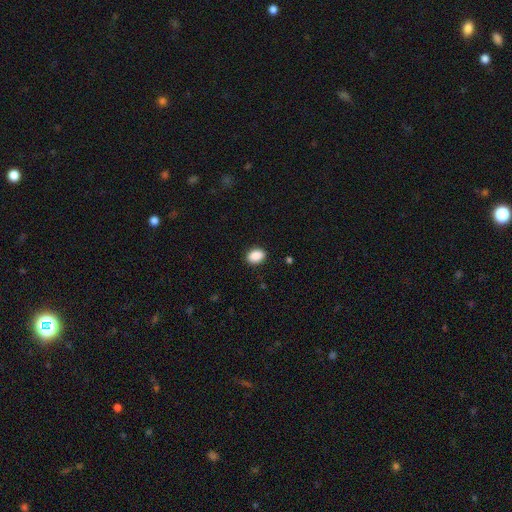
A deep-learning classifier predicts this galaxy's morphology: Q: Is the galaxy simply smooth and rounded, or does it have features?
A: smooth — 90%.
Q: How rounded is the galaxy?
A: in between — 77%.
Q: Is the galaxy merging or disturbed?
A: none — 89%.